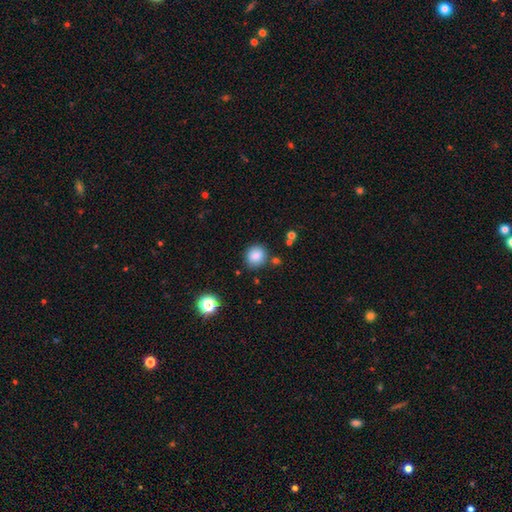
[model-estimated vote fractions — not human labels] Smooth or featured? Predicted: smooth (p=0.85). How rounded? Predicted: round (p=0.80). Merging? Predicted: none (p=0.82).